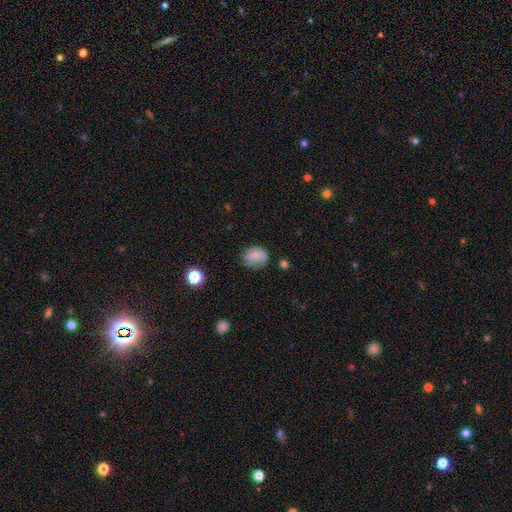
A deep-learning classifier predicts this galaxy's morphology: This is likely a smooth galaxy (69%). How rounded: likely round (65%). Merging: possibly none (58%).